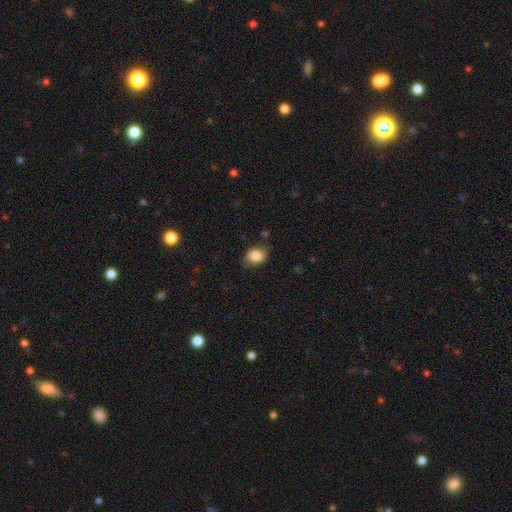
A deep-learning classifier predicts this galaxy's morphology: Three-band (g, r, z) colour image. It shows a smooth galaxy with no disk features (84%) that is in between round and cigar-shaped (66%). Merging: none (71%).